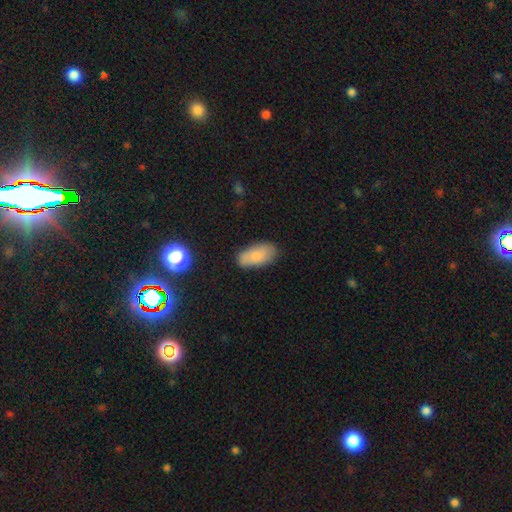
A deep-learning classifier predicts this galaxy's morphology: This is clearly a smooth galaxy (81%). How rounded: clearly in between (92%). Merging: likely none (76%).